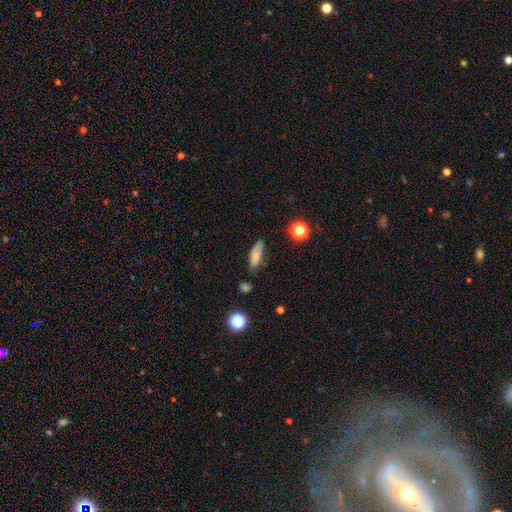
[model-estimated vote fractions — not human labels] Smooth or featured? smooth (71%)
How rounded? in between (59%)
Merging? none (67%)